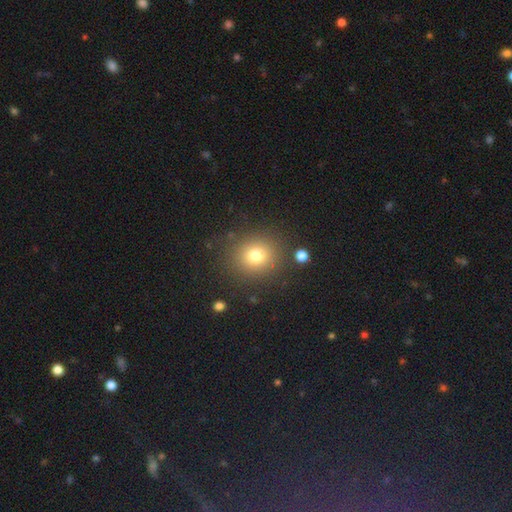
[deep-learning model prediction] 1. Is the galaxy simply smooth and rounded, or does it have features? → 76% smooth, 14% star or artifact, 9% featured or disk.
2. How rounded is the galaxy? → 83% round, 16% in between, 1% cigar-shaped.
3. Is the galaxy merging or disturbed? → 85% none, 8% minor disturbance, 4% major disturbance, 3% merger.